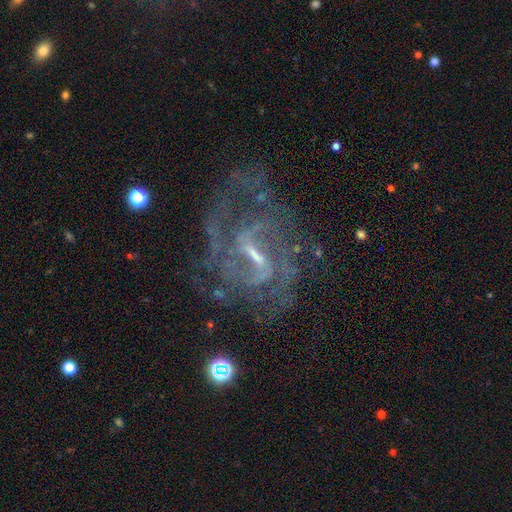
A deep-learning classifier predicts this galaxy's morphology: Overall: featured or disk (88%). Edge-on disk: no (97%). Bar: weak (49%; strong 41%). Spiral arms: yes (95%). Spiral arm count: 2 (46%; can't tell 20%). Spiral winding: medium (51%; tight 30%). Bulge size: small (53%; moderate 28%). Merging: none (61%).